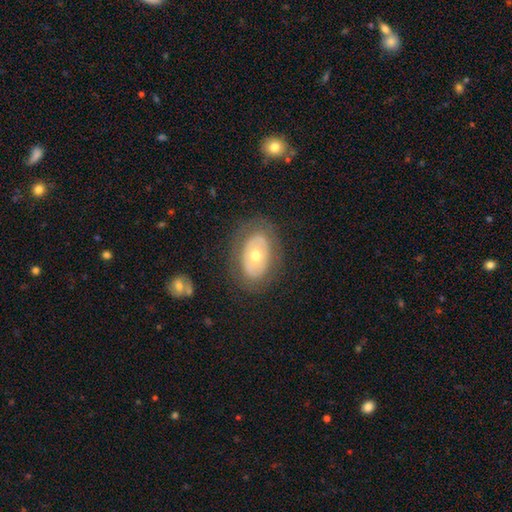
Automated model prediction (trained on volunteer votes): Q: Smooth or featured?
A: featured or disk (55%); runner-up: smooth (39%)
Q: Edge-on disk?
A: no (92%); runner-up: yes (8%)
Q: Bar?
A: no (87%); runner-up: weak (9%)
Q: Spiral arms?
A: no (82%); runner-up: yes (18%)
Q: Bulge size?
A: moderate (67%); runner-up: small (27%)
Q: Merging?
A: none (77%); runner-up: minor disturbance (14%)